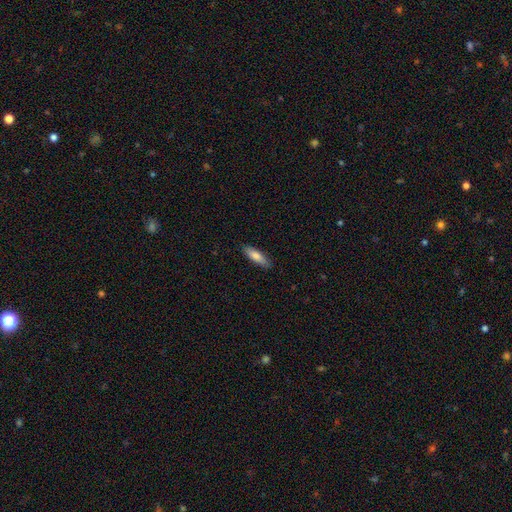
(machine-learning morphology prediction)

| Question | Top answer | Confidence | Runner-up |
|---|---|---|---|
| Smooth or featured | smooth | 78% | featured or disk (16%) |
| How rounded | cigar-shaped | 58% | in between (40%) |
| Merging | none | 87% | minor disturbance (10%) |